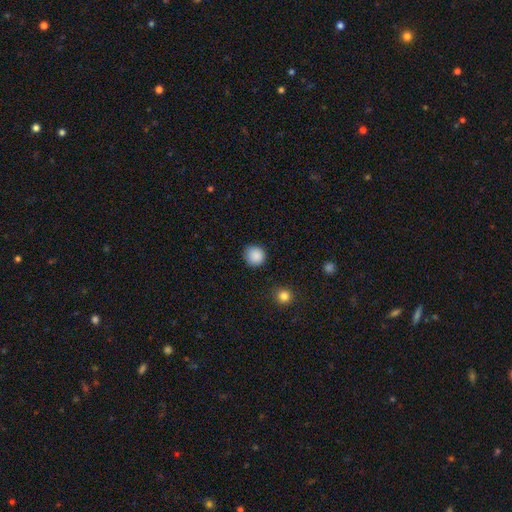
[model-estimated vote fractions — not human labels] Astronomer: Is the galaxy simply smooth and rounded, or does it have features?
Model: smooth — 88%.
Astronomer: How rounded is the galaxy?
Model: round — 92%.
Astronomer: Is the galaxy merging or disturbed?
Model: none — 88%.